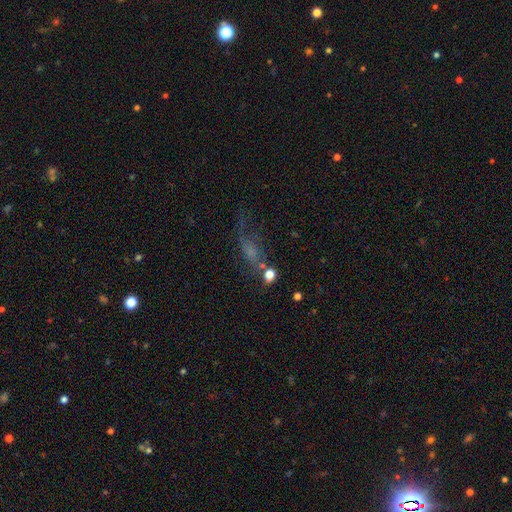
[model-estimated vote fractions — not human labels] This appears to be a featured or disk galaxy (36%). Merging: none (43%).